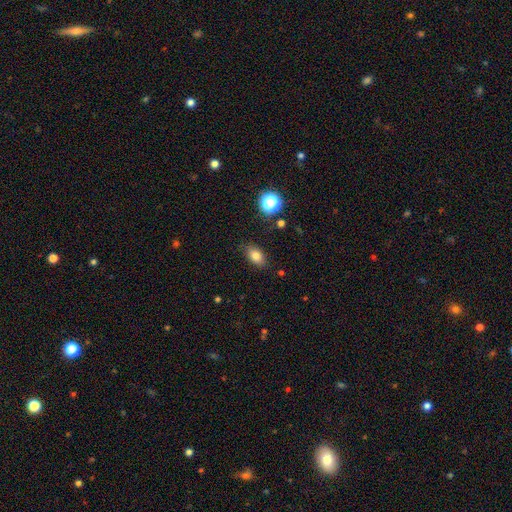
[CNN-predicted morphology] Overall: smooth (79%). How rounded: in between (85%). Merging: none (82%).